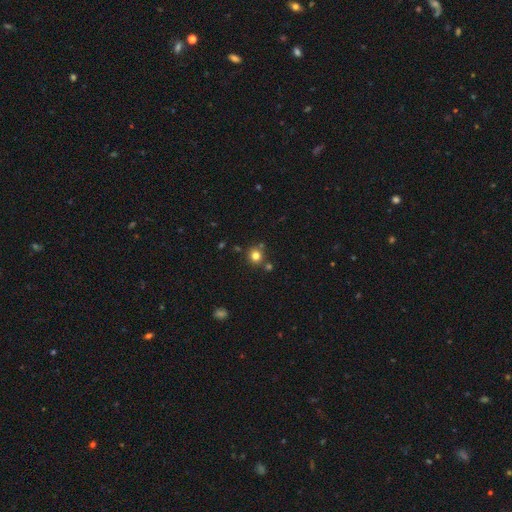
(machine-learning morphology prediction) Q: Smooth or featured?
A: smooth (79%); runner-up: star or artifact (15%)
Q: How rounded?
A: round (90%); runner-up: in between (9%)
Q: Merging?
A: none (79%); runner-up: merger (10%)